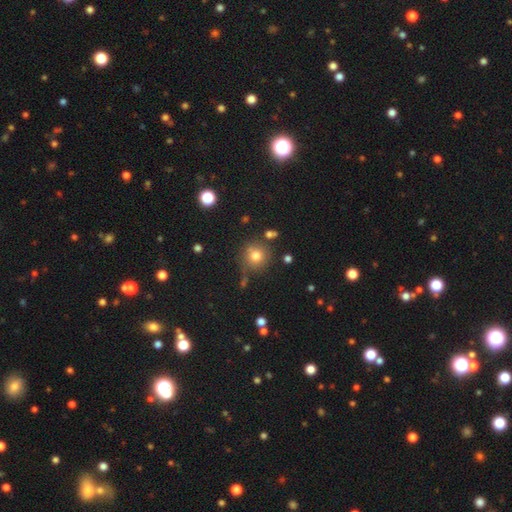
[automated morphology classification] Q: Smooth or featured?
A: smooth (78%); runner-up: star or artifact (14%)
Q: How rounded?
A: round (91%); runner-up: in between (8%)
Q: Merging?
A: none (74%); runner-up: minor disturbance (13%)